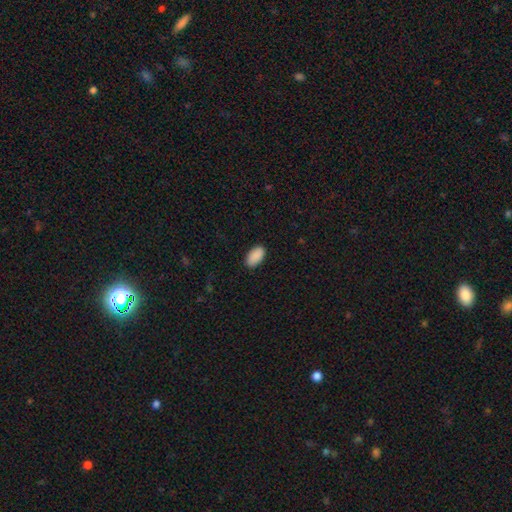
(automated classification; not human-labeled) This is clearly a smooth galaxy (90%). How rounded: clearly in between (95%). Merging: clearly none (87%).